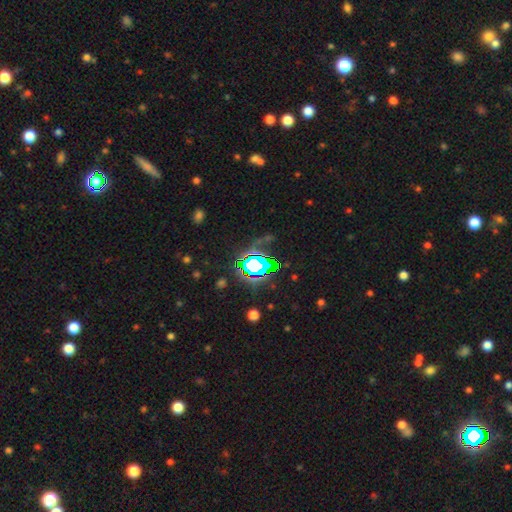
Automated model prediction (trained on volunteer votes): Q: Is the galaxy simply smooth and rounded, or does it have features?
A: star or artifact — 67%.